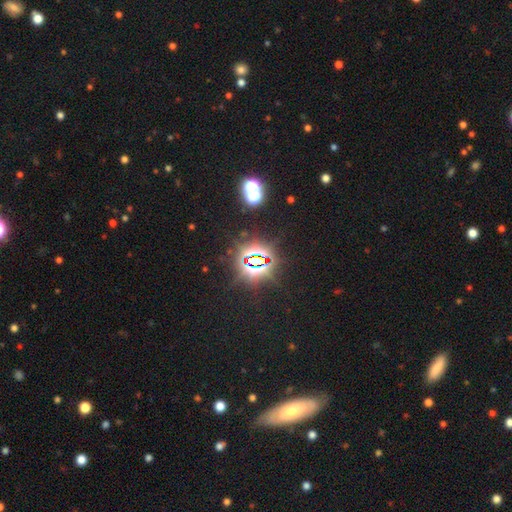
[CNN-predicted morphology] Overall: star or artifact (80%).